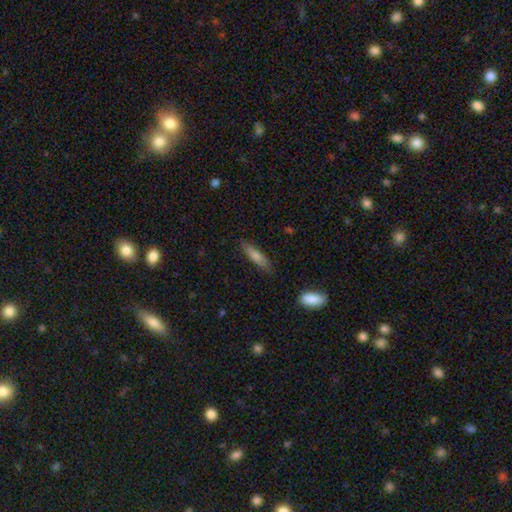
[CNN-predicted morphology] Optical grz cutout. It shows a smooth galaxy with no disk features (71%) that is cigar-shaped (76%). Merging: none (84%).